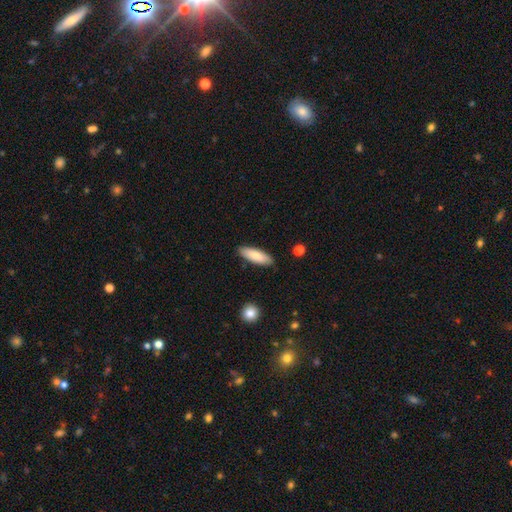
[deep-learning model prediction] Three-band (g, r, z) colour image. It shows a smooth galaxy with no disk features (83%) that is in between round and cigar-shaped (54%). Merging: none (88%).